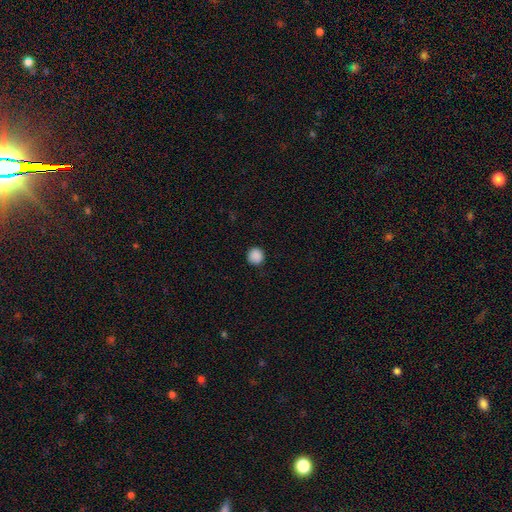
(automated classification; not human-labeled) This appears to be a smooth galaxy with no disk features (89%) that is round (93%). Merging: none (91%).